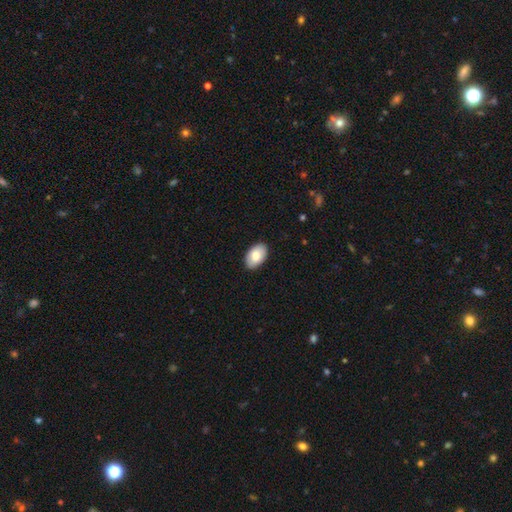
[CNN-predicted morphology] Q: Smooth or featured?
A: smooth (80%); runner-up: featured or disk (14%)
Q: How rounded?
A: in between (93%); runner-up: round (6%)
Q: Merging?
A: none (89%); runner-up: minor disturbance (8%)